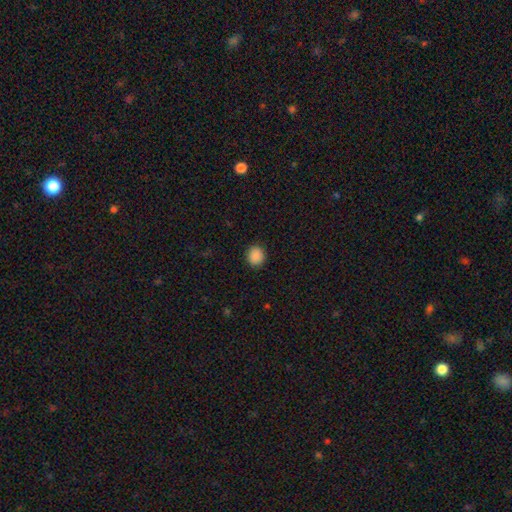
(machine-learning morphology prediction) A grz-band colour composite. It shows a smooth galaxy with no disk features (88%) that is round (83%). Merging: none (91%).